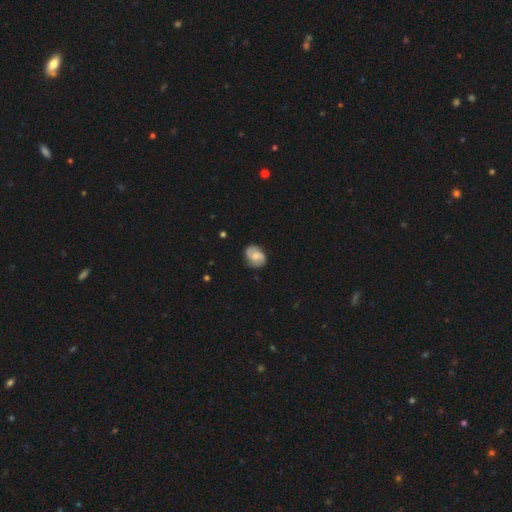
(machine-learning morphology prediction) Smooth or featured: featured or disk — 59% (smooth — 34%)
Edge-on disk: no — 97% (yes — 3%)
Bar: no — 54% (weak — 39%)
Spiral arms: yes — 92% (no — 8%)
Spiral winding: medium — 45% (loose — 28%)
Spiral arm count: 2 — 69% (3 — 12%)
Bulge size: moderate — 41% (small — 35%)
Merging: none — 76% (minor disturbance — 17%)